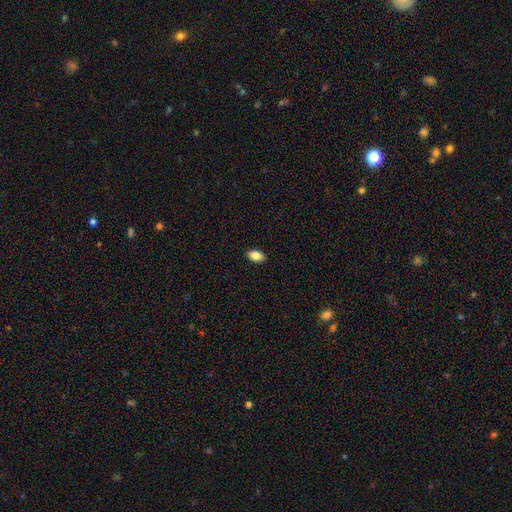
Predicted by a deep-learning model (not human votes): Morphology: type=smooth (85%); roundness=in between (90%); merging=none (90%).